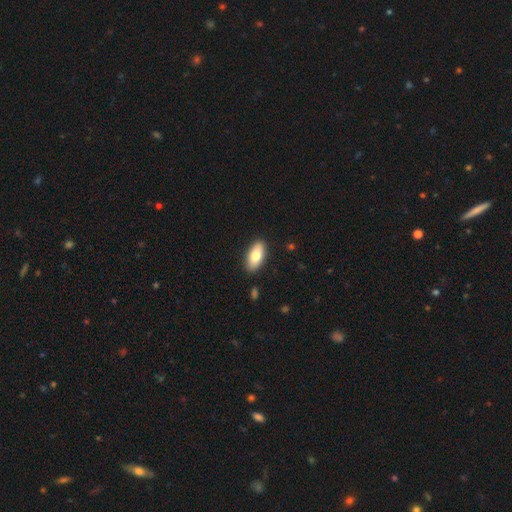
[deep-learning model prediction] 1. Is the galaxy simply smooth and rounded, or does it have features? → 77% smooth, 16% featured or disk, 6% star or artifact.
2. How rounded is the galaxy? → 90% in between, 8% cigar-shaped, 3% round.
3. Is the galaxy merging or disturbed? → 89% none, 8% minor disturbance, 2% major disturbance, 1% merger.